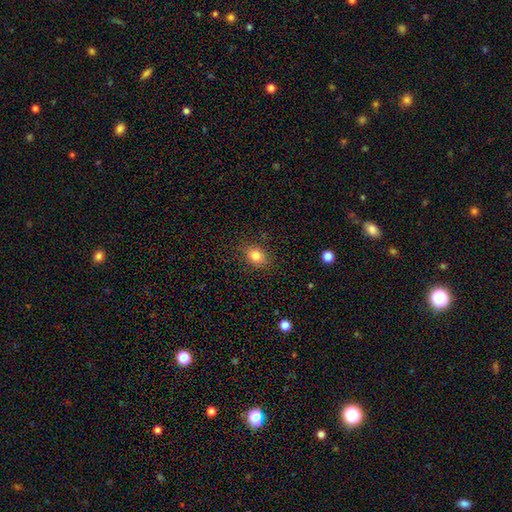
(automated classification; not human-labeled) This is clearly a smooth galaxy (82%). How rounded: likely in between (62%). Merging: clearly none (85%).